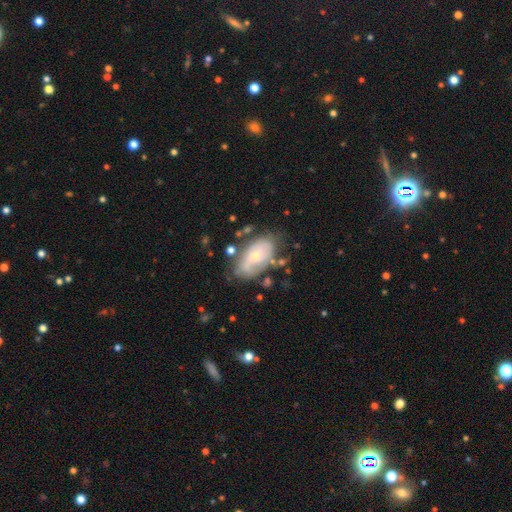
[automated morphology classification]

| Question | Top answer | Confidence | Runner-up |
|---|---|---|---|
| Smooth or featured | featured or disk | 56% | smooth (37%) |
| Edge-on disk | no | 93% | yes (7%) |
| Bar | no | 81% | weak (15%) |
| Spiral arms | yes | 61% | no (39%) |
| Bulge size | small | 70% | moderate (26%) |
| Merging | none | 58% | minor disturbance (26%) |